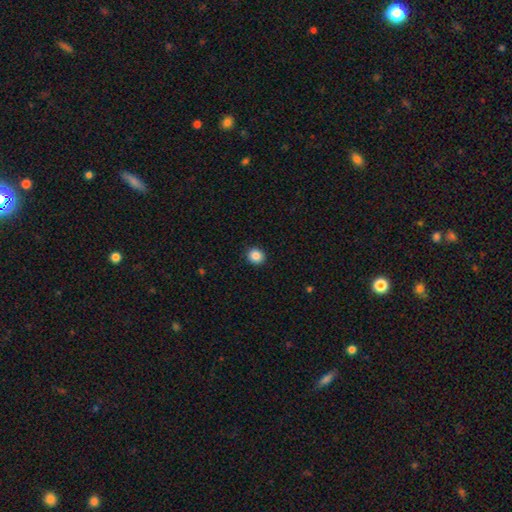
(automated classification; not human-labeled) Overall: smooth (87%). How rounded: round (88%). Merging: none (92%).